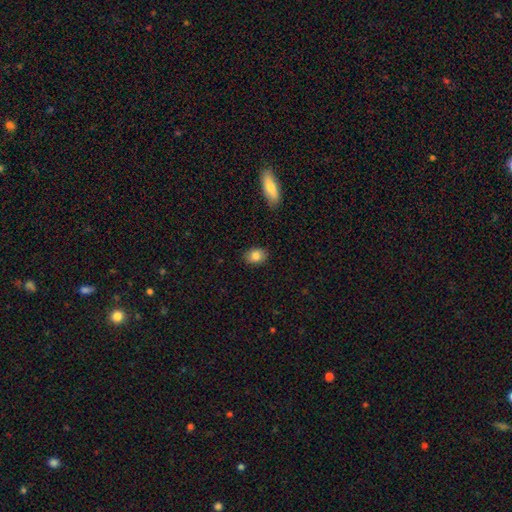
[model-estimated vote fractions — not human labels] Morphology: type=smooth (84%); roundness=in between (65%); merging=none (86%).